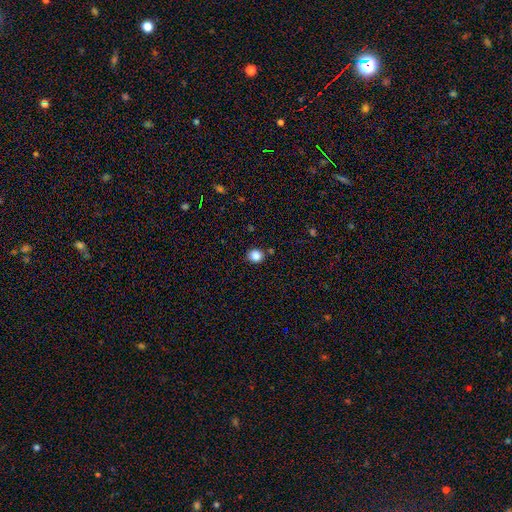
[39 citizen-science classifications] Overall: smooth (85%). How rounded: round (91%). Merging: none (85%).